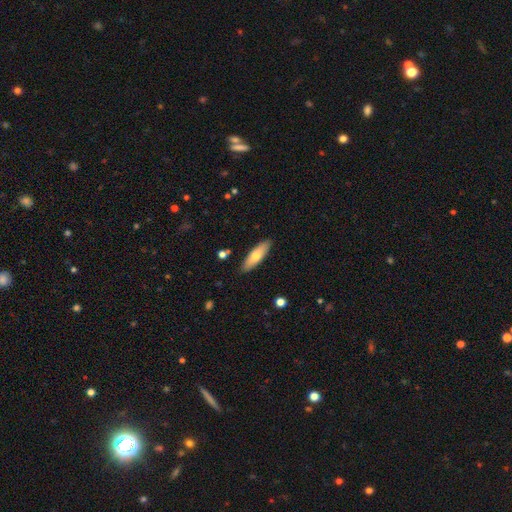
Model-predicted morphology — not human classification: type=smooth (68%); roundness=in between (51%); merging=none (89%).